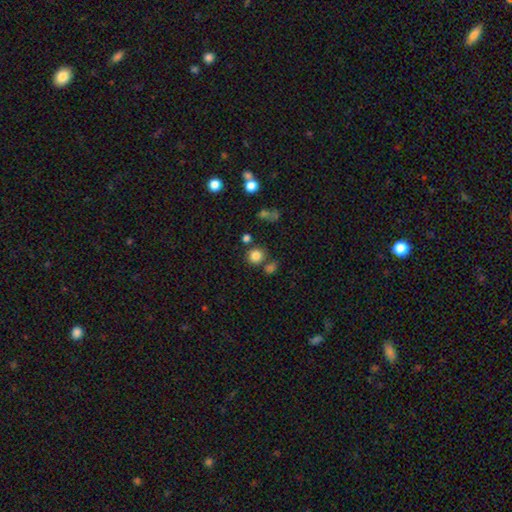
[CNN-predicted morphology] type=smooth (82%); roundness=round (89%); merging=none (73%).